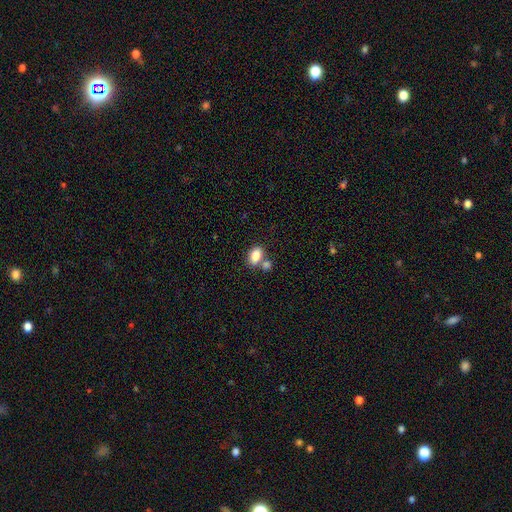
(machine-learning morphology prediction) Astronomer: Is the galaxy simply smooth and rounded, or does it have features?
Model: smooth — 84%.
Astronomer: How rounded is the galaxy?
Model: in between — 87%.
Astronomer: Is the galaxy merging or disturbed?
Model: none — 50% (runner-up: merger, 35%).